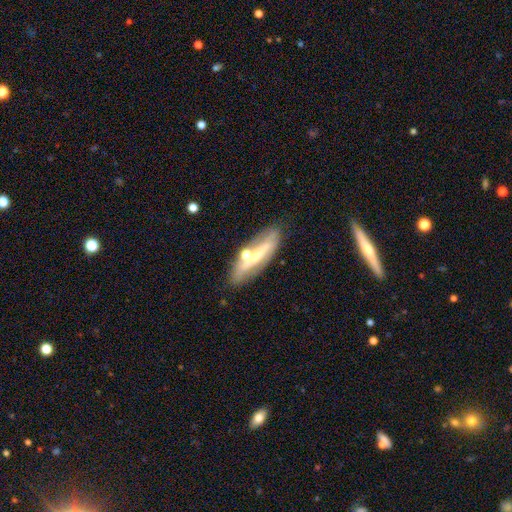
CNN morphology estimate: Smooth or featured? Predicted: featured or disk (p=0.57). Edge-on disk? Predicted: yes (p=0.61). Merging? Predicted: none (p=0.67).